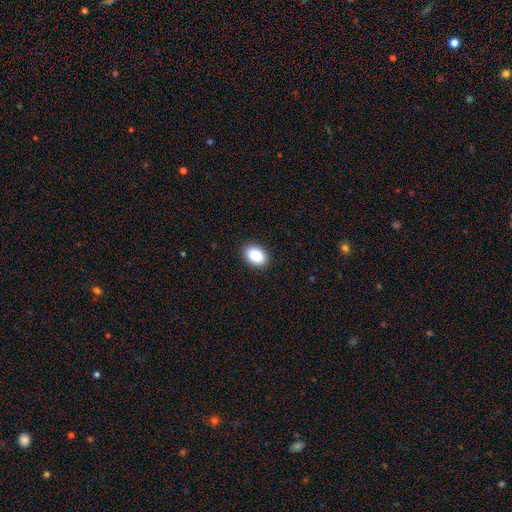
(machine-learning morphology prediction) smooth 88%, star or artifact 8%, featured or disk 4%. Down the decision tree: how rounded — in between (81%); merging — none (90%).